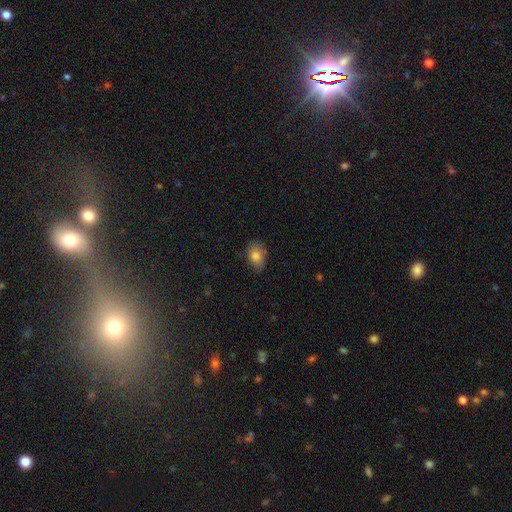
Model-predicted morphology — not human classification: Smooth or featured: smooth — 82% (featured or disk — 9%)
How rounded: in between — 76% (round — 23%)
Merging: none — 67% (minor disturbance — 27%)